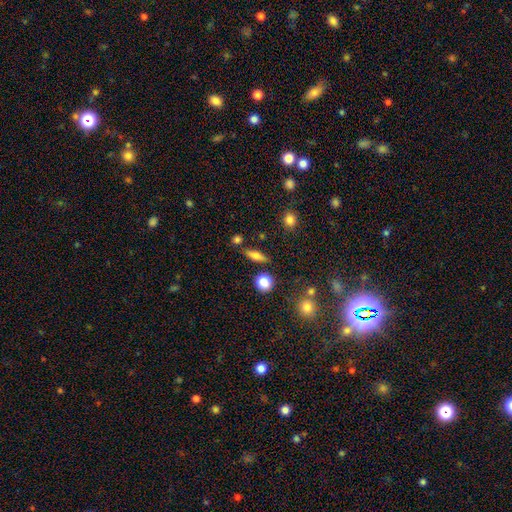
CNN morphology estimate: Smooth or featured: smooth — 65% (featured or disk — 25%)
How rounded: cigar-shaped — 47% (in between — 42%)
Merging: none — 79% (minor disturbance — 11%)